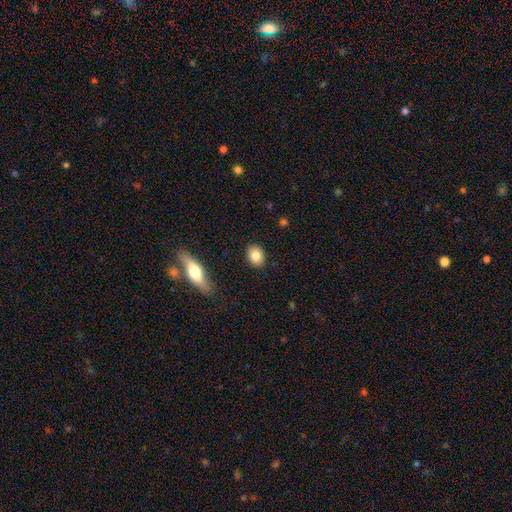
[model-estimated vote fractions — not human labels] This appears to be a smooth galaxy with no disk features (83%) that is in between round and cigar-shaped (53%). Merging: none (89%).